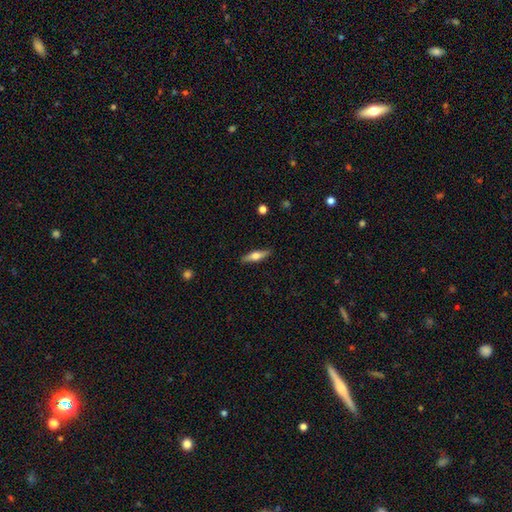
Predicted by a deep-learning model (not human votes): This is possibly a smooth galaxy (48%). Merging: clearly none (88%).